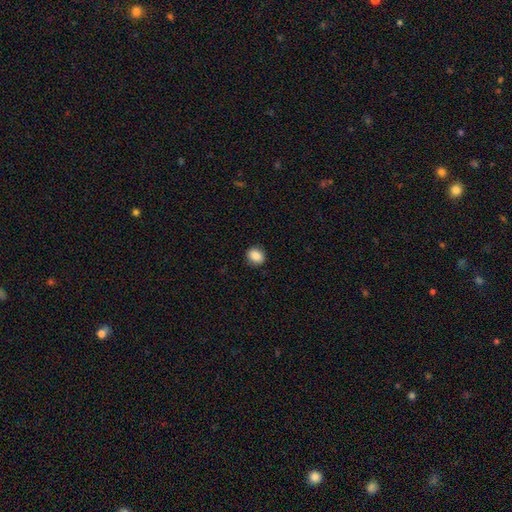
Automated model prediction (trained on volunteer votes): Morphology: type=smooth (87%); roundness=round (57%); merging=none (90%).